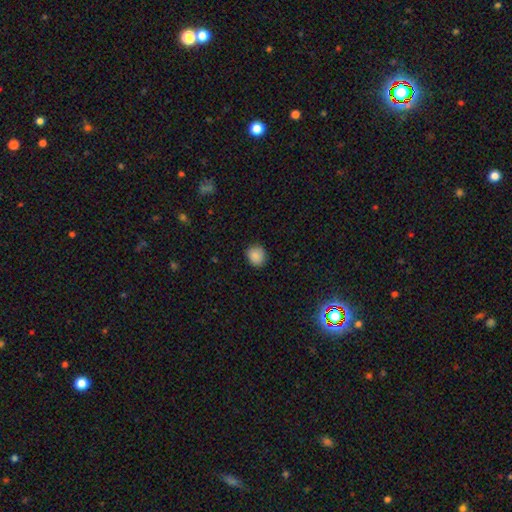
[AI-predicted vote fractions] Smooth or featured?
  - smooth: 88% *
  - star or artifact: 9%
  - featured or disk: 3%
How rounded?
  - round: 80% *
  - in between: 19%
  - cigar-shaped: 1%
Merging?
  - none: 88% *
  - minor disturbance: 9%
  - major disturbance: 2%
  - merger: 1%